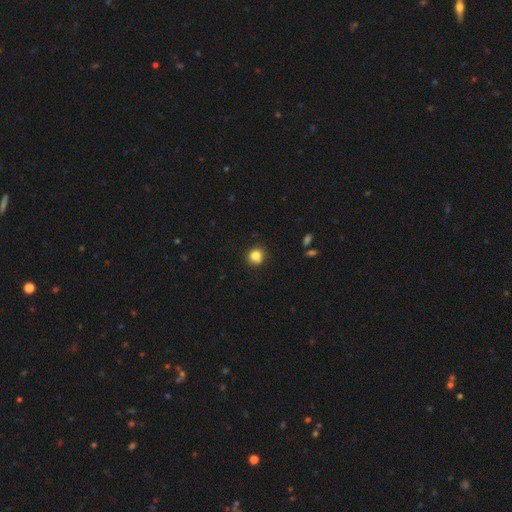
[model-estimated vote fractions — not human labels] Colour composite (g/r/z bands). It shows a smooth galaxy with no disk features (82%) that is round (82%). Merging: none (83%).